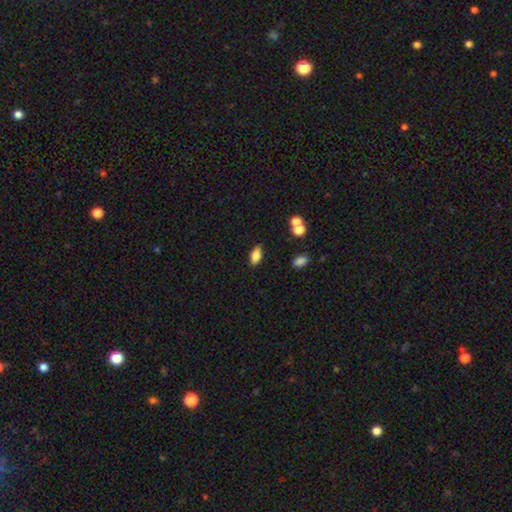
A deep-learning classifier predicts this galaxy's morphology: Overall: smooth (81%). How rounded: in between (88%). Merging: none (86%).